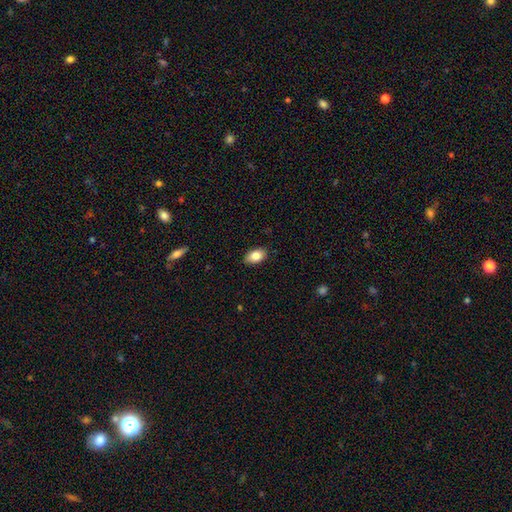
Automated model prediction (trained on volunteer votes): Smooth or featured?
  - smooth: 83% *
  - featured or disk: 9%
  - star or artifact: 7%
How rounded?
  - in between: 91% *
  - round: 7%
  - cigar-shaped: 2%
Merging?
  - none: 88% *
  - minor disturbance: 9%
  - major disturbance: 2%
  - merger: 1%